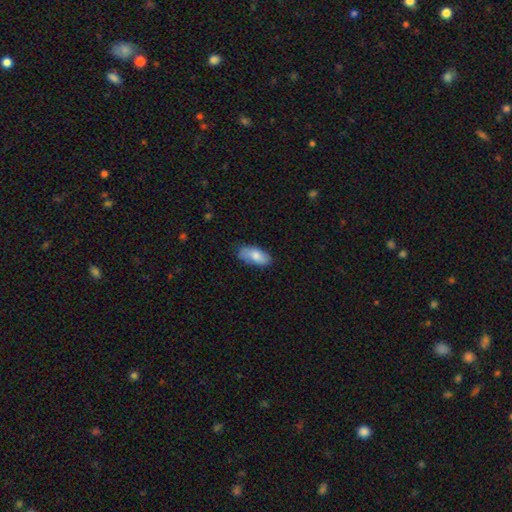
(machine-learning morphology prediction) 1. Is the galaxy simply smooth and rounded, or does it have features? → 79% smooth, 15% featured or disk, 6% star or artifact.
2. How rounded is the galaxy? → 89% in between, 9% cigar-shaped, 2% round.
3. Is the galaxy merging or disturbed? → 70% none, 24% minor disturbance, 4% major disturbance, 2% merger.